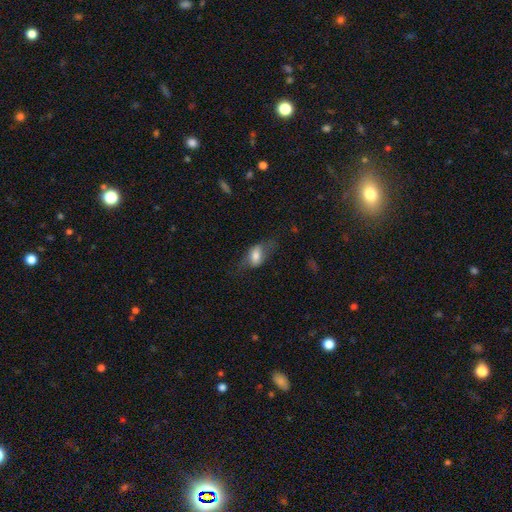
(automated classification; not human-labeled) Smooth or featured? smooth (58%)
How rounded? in between (84%)
Merging? none (56%)